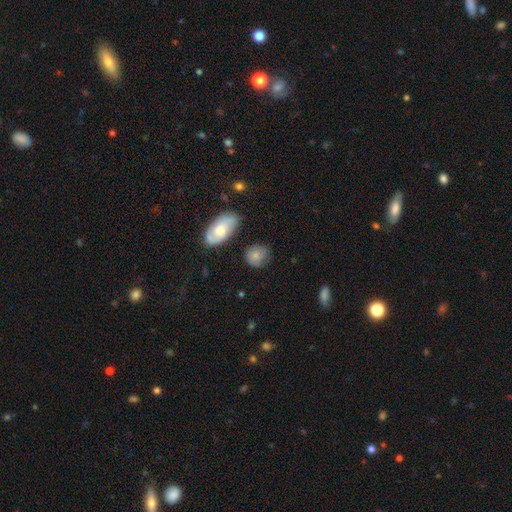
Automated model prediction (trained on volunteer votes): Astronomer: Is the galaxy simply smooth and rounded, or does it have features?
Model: smooth — 77%.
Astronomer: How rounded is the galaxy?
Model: round — 68%.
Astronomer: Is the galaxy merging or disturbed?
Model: none — 70%.